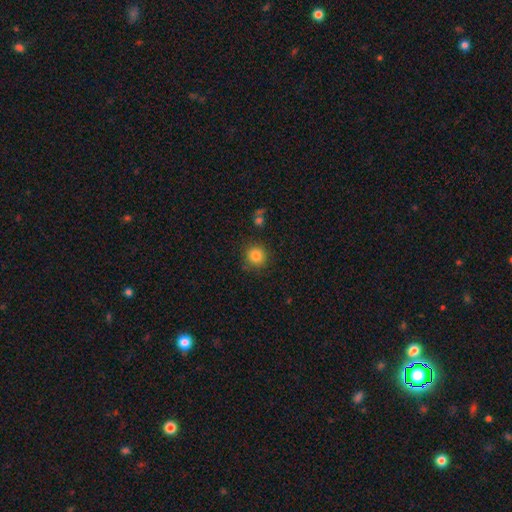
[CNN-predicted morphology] Q: Smooth or featured?
A: smooth (84%); runner-up: star or artifact (11%)
Q: How rounded?
A: round (91%); runner-up: in between (8%)
Q: Merging?
A: none (84%); runner-up: minor disturbance (10%)